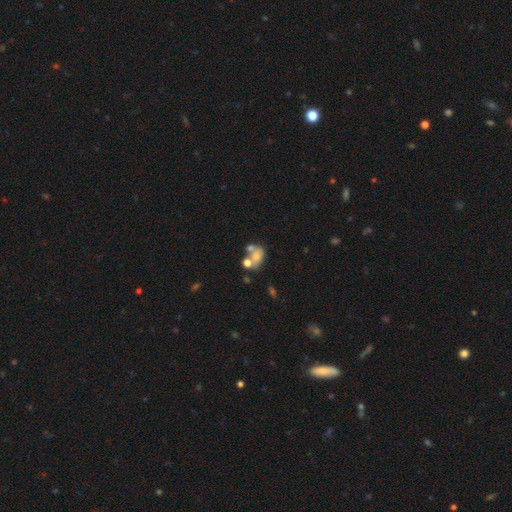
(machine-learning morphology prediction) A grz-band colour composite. It shows a smooth galaxy with no disk features (57%) that is in between round and cigar-shaped (67%). Merging: merger (48%).